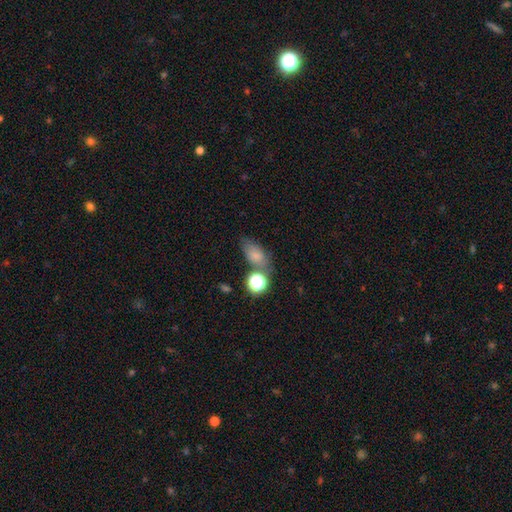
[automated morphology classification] Smooth or featured: smooth — 74% (star or artifact — 15%)
How rounded: in between — 77% (round — 18%)
Merging: none — 56% (minor disturbance — 19%)